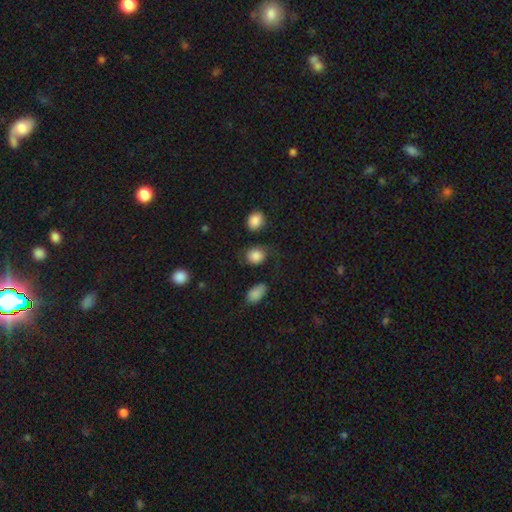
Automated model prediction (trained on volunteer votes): This is clearly a smooth galaxy (84%). How rounded: likely round (68%). Merging: likely none (63%).